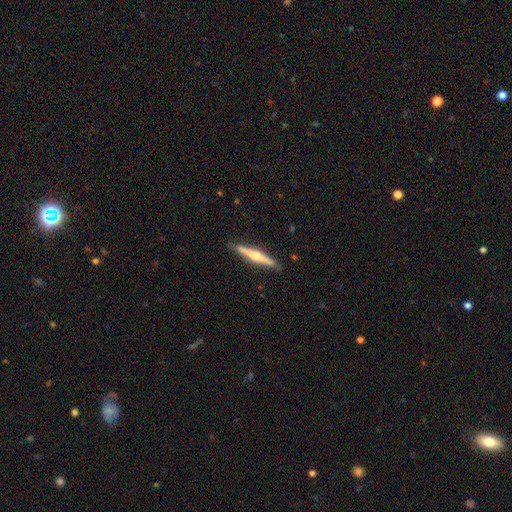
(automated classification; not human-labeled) featured or disk 68%, smooth 26%, star or artifact 5%. Down the decision tree: edge-on disk — yes (98%); edge-on bulge — rounded (88%); merging — none (88%).